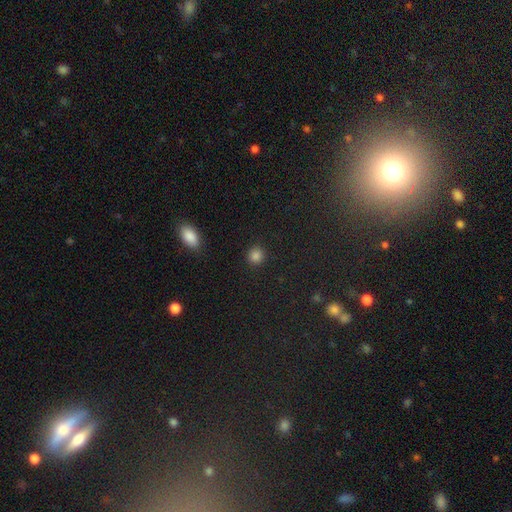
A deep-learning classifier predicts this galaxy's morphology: Overall: smooth (85%). How rounded: round (91%). Merging: none (91%).